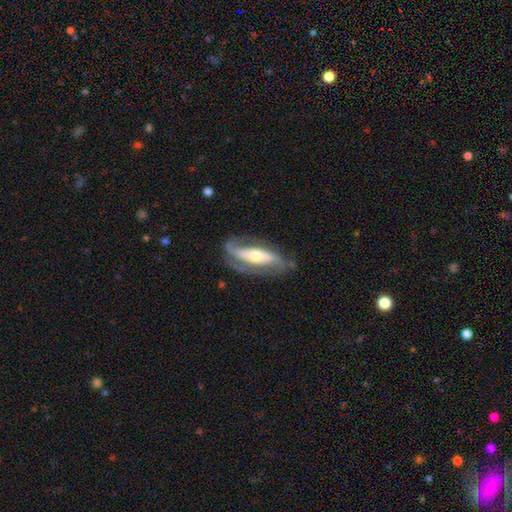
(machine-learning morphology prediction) smooth-or-featured: featured or disk: 81% | smooth: 13% | star or artifact: 5%
  disk-edge-on: no: 84% | yes: 16%
    bar: strong: 45% | no: 33% | weak: 22%
    has-spiral-arms: yes: 91% | no: 9%
      spiral-winding: medium: 42% | loose: 30% | tight: 27%
      spiral-arm-count: 2: 82% | 1: 7% | can't tell: 7% | 3: 2% | 4: 1% | more than 4: 1%
    bulge-size: moderate: 53% | small: 34% | large: 9% | dominant: 2% | none: 2%
  merging: none: 70% | minor disturbance: 18% | major disturbance: 11% | merger: 2%